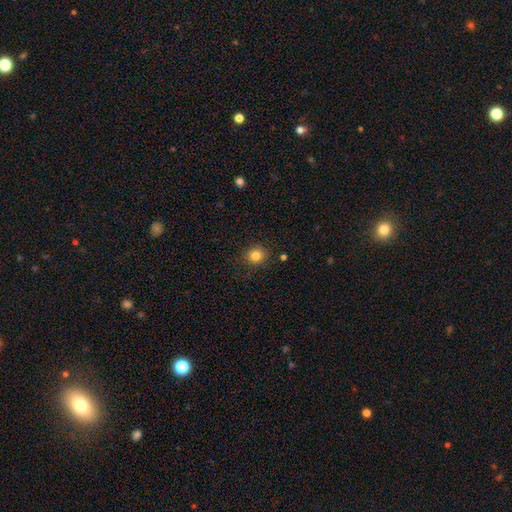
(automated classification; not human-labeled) Smooth or featured: smooth — 82% (star or artifact — 12%)
How rounded: round — 87% (in between — 13%)
Merging: none — 89% (minor disturbance — 8%)